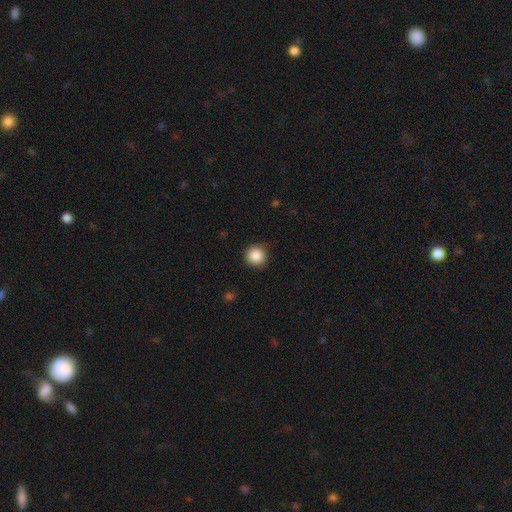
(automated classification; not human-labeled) Smooth or featured?
  - smooth: 87% *
  - star or artifact: 9%
  - featured or disk: 3%
How rounded?
  - round: 95% *
  - in between: 4%
  - cigar-shaped: 1%
Merging?
  - none: 88% *
  - minor disturbance: 9%
  - major disturbance: 2%
  - merger: 1%